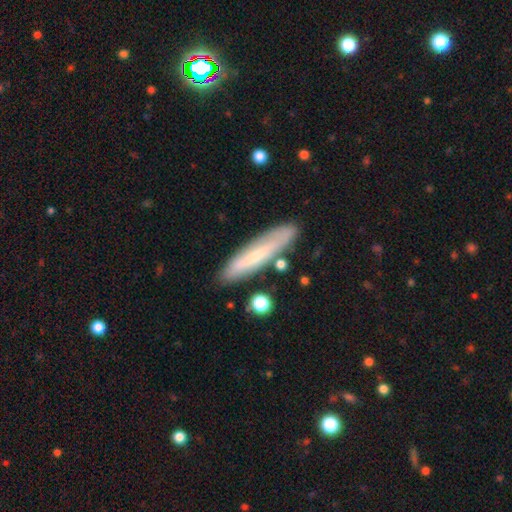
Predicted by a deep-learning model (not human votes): Q: Smooth or featured?
A: smooth (53%); runner-up: featured or disk (40%)
Q: How rounded?
A: cigar-shaped (85%); runner-up: in between (14%)
Q: Merging?
A: none (80%); runner-up: minor disturbance (13%)